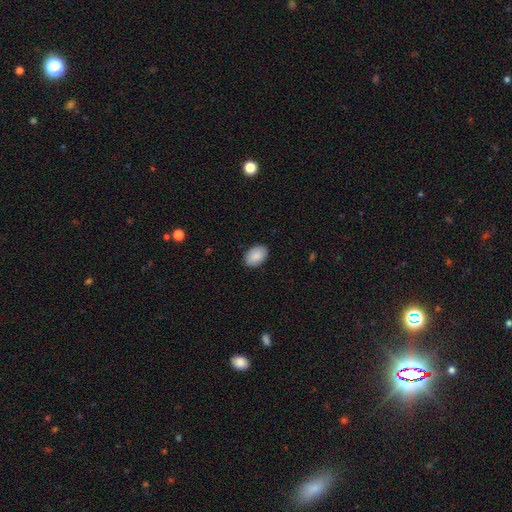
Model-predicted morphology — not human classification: Q: Smooth or featured?
A: smooth (90%); runner-up: star or artifact (6%)
Q: How rounded?
A: in between (88%); runner-up: round (11%)
Q: Merging?
A: none (88%); runner-up: minor disturbance (9%)